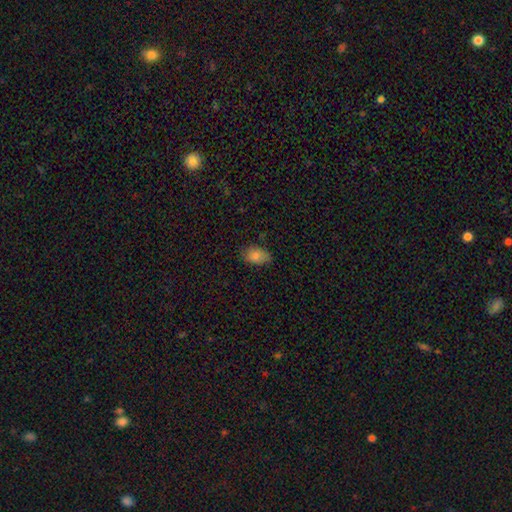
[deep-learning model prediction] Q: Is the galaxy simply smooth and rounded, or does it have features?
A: smooth — 82%.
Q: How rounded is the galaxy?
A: in between — 89%.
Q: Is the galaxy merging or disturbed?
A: none — 77%.